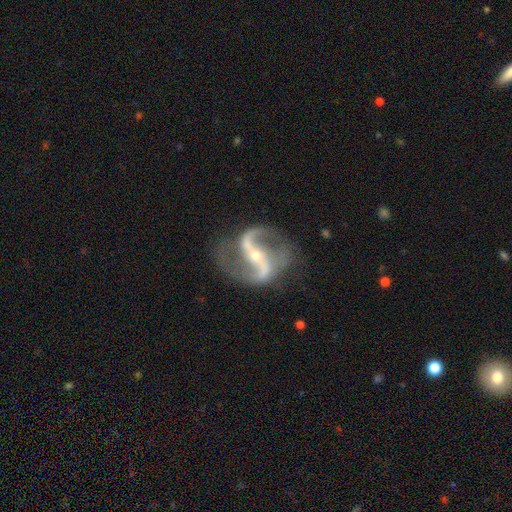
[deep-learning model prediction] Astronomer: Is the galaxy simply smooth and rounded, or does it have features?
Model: featured or disk — 93%.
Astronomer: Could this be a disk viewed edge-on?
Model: no — 97%.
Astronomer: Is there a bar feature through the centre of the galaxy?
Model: strong — 55%.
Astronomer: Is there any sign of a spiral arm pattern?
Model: yes — 97%.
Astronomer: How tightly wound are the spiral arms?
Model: loose — 61%.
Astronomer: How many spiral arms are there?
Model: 2 — 94%.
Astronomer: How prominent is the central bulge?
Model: small — 69%.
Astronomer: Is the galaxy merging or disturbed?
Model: none — 76%.